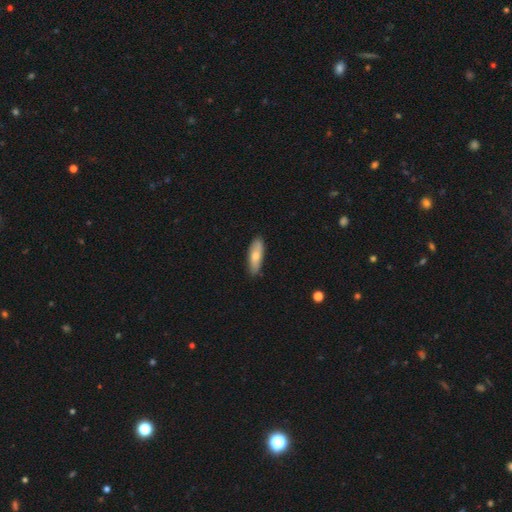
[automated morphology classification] The model was most divided on "how rounded": in between: 54%, cigar-shaped: 44%, round: 2%. More confident: merging — none (86%); smooth or featured — smooth (72%).